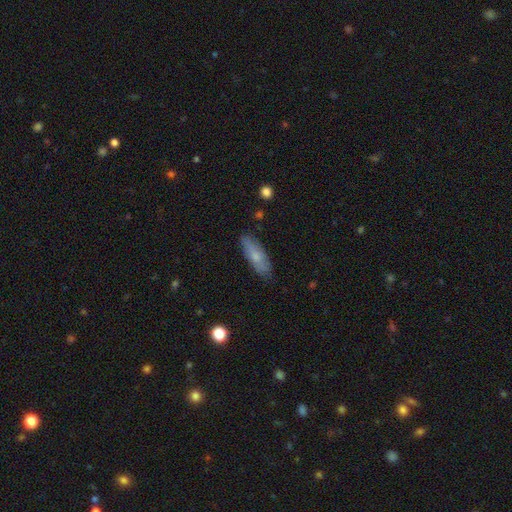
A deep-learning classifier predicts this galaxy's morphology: smooth_or_featured: smooth (p=0.67) [alt: featured or disk p=0.27]
how_rounded: in between (p=0.52) [alt: cigar-shaped p=0.46]
merging: none (p=0.80) [alt: minor disturbance p=0.16]